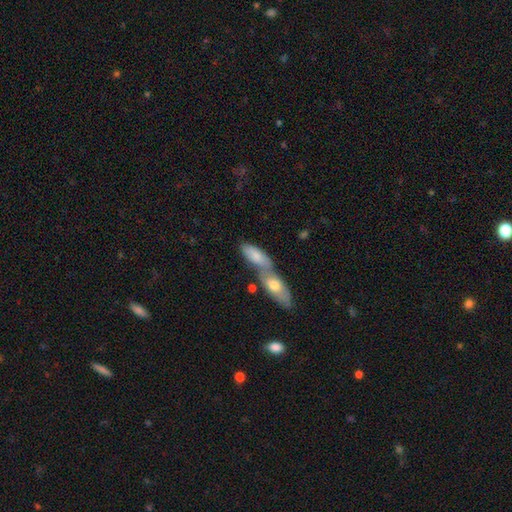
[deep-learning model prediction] A smooth galaxy with no disk features (75%) that is in between round and cigar-shaped (73%).

Vote fractions:
- Smooth or featured? smooth: 75% / featured or disk: 19% / star or artifact: 6%
- How rounded? in between: 73% / cigar-shaped: 24% / round: 3%
- Merging? merger: 64% / none: 23% / minor disturbance: 9% / major disturbance: 4%